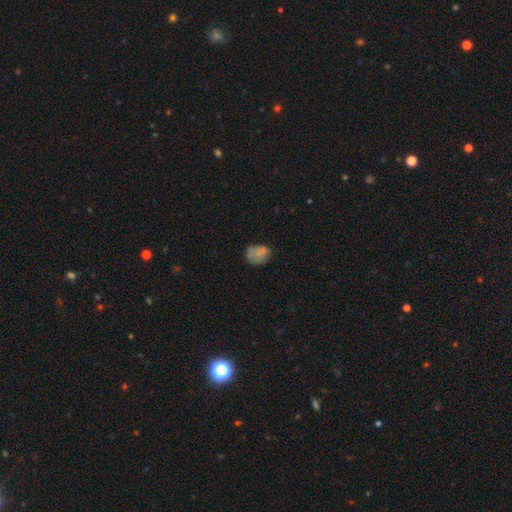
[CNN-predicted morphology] The model was most divided on "how rounded": in between: 51%, round: 48%, cigar-shaped: 2%. More confident: merging — none (58%); smooth or featured — smooth (58%).